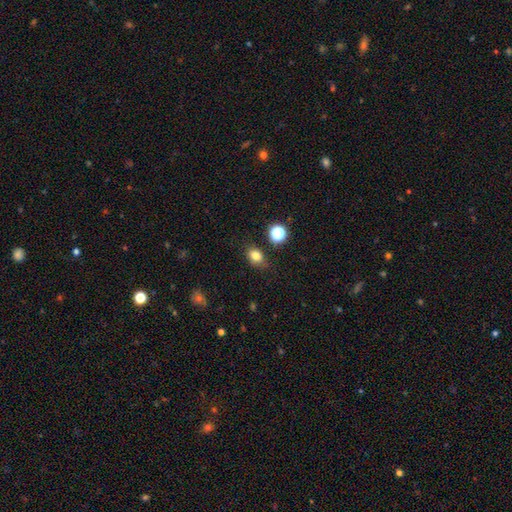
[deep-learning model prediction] Morphology: type=smooth (79%); roundness=in between (60%); merging=none (79%).